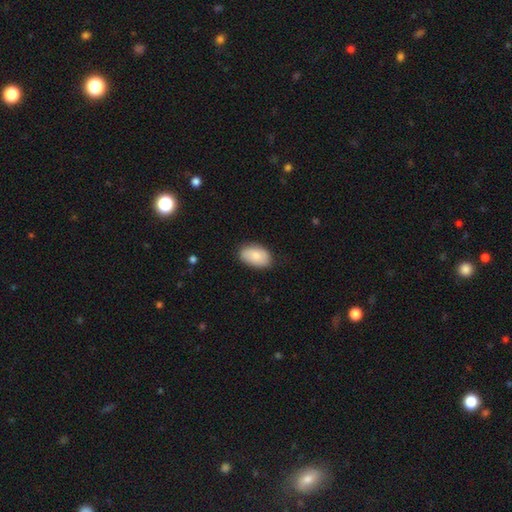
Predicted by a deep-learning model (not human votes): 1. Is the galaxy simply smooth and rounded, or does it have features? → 79% smooth, 15% featured or disk, 6% star or artifact.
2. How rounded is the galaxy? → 92% in between, 7% round, 1% cigar-shaped.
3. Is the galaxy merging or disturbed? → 79% none, 17% minor disturbance, 3% major disturbance, 1% merger.